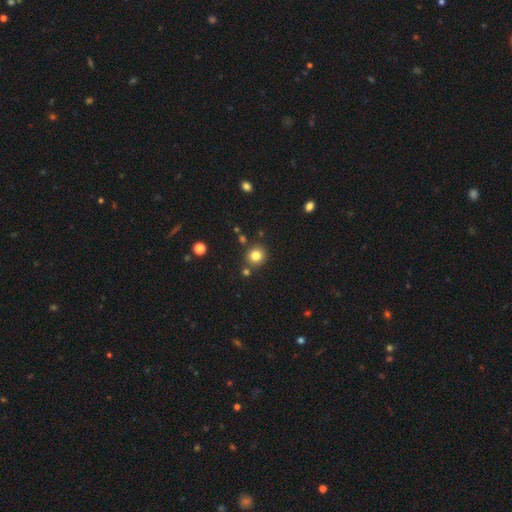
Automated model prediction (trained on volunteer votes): smooth_or_featured: smooth (p=0.81) [alt: star or artifact p=0.13]
how_rounded: round (p=0.86) [alt: in between p=0.13]
merging: none (p=0.82) [alt: minor disturbance p=0.08]